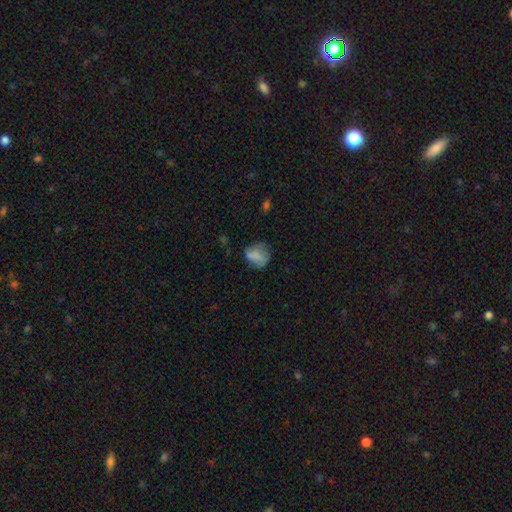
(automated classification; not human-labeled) smooth_or_featured: smooth (p=0.68) [alt: featured or disk p=0.22]
how_rounded: round (p=0.60) [alt: in between p=0.38]
merging: none (p=0.50) [alt: minor disturbance p=0.29]